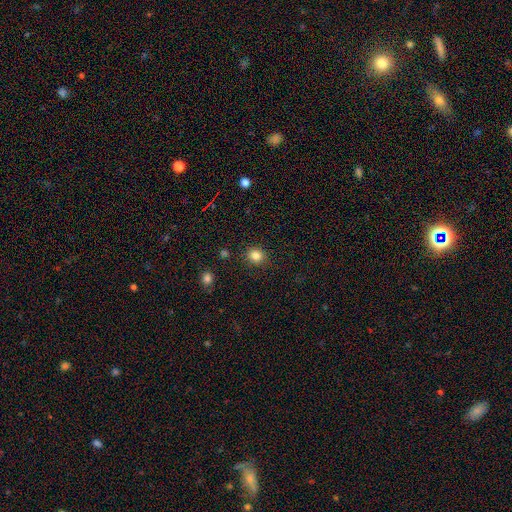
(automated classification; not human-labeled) Smooth or featured? smooth (84%)
How rounded? round (79%)
Merging? none (88%)